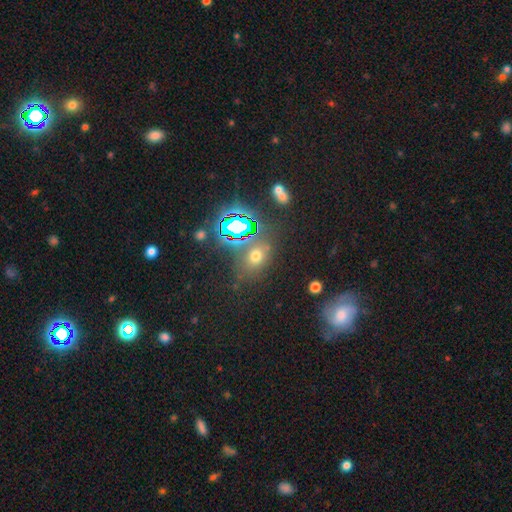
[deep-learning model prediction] Smooth or featured?
  - smooth: 53% *
  - star or artifact: 37%
  - featured or disk: 10%
How rounded?
  - in between: 56% *
  - round: 41%
  - cigar-shaped: 3%
Merging?
  - none: 71% *
  - minor disturbance: 14%
  - merger: 8%
  - major disturbance: 7%